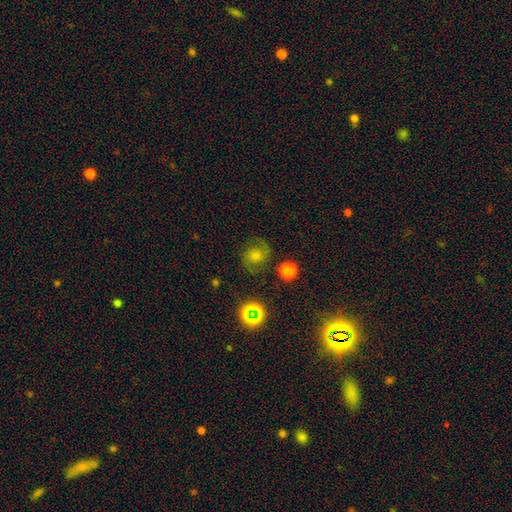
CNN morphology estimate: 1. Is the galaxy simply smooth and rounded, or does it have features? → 55% featured or disk, 23% smooth, 22% star or artifact.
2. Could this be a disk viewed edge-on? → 97% no, 3% yes.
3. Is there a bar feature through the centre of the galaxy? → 65% no, 28% weak, 7% strong.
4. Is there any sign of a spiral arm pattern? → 93% yes, 7% no.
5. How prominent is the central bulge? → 53% moderate, 32% small, 8% large, 5% none, 2% dominant.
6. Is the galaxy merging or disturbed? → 77% none, 14% minor disturbance, 7% major disturbance, 2% merger.